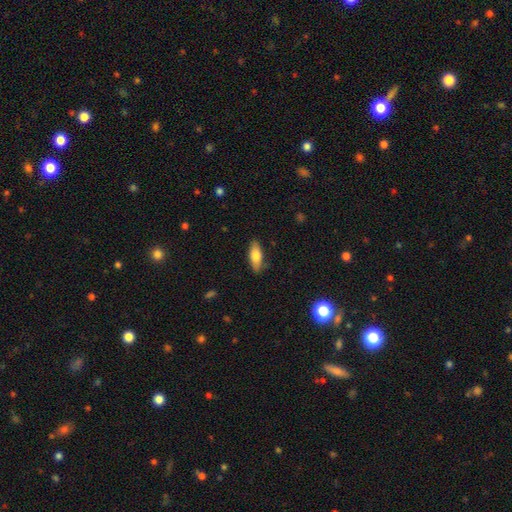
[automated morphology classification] The model was most divided on "how rounded": in between: 67%, cigar-shaped: 30%, round: 2%. More confident: merging — none (84%); smooth or featured — smooth (75%).